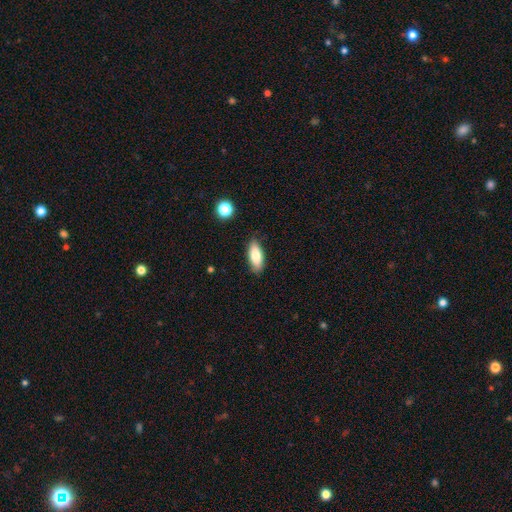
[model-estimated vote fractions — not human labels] This is clearly a smooth galaxy (81%). How rounded: likely in between (78%). Merging: clearly none (84%).